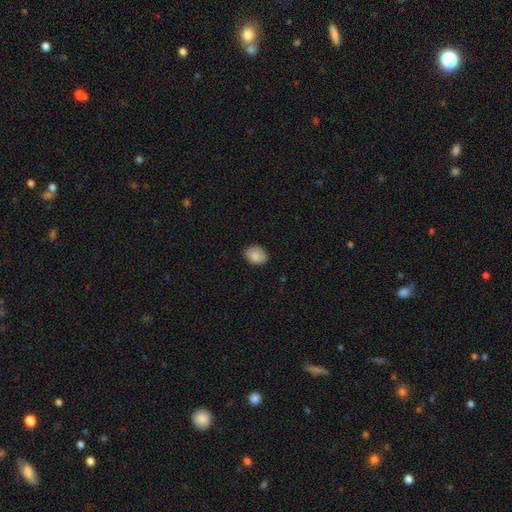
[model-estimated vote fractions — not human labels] The model was most divided on "how rounded": in between: 67%, round: 32%, cigar-shaped: 1%. More confident: smooth or featured — smooth (84%); merging — none (79%).